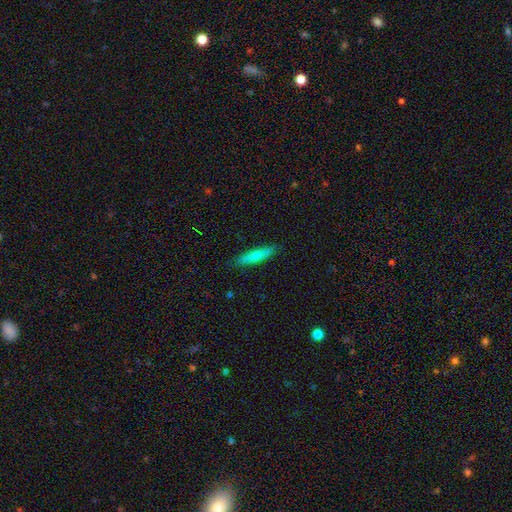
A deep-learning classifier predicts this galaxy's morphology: Smooth or featured? smooth (77%)
How rounded? cigar-shaped (83%)
Merging? none (87%)